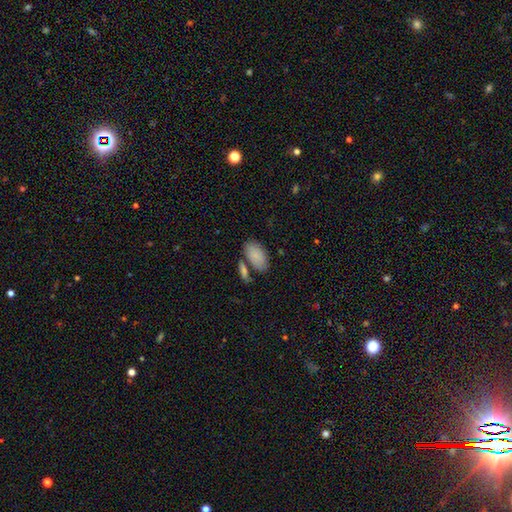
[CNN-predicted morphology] Smooth or featured?
  - smooth: 86% *
  - featured or disk: 8%
  - star or artifact: 6%
How rounded?
  - in between: 94% *
  - round: 3%
  - cigar-shaped: 3%
Merging?
  - none: 62% *
  - merger: 20%
  - minor disturbance: 14%
  - major disturbance: 4%